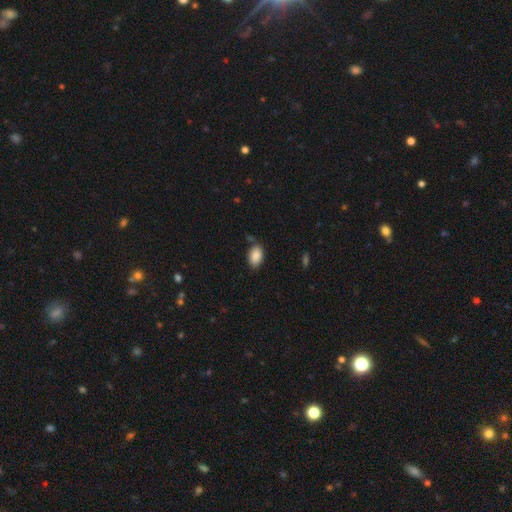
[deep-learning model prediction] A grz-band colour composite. It shows a smooth galaxy with no disk features (89%) that is in between round and cigar-shaped (89%). Merging: none (78%).